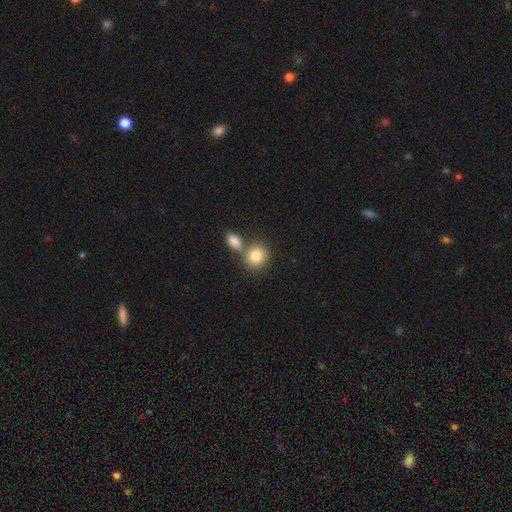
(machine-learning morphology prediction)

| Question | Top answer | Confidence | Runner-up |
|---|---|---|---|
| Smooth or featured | smooth | 83% | featured or disk (8%) |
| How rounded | round | 72% | in between (27%) |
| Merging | none | 50% | merger (38%) |